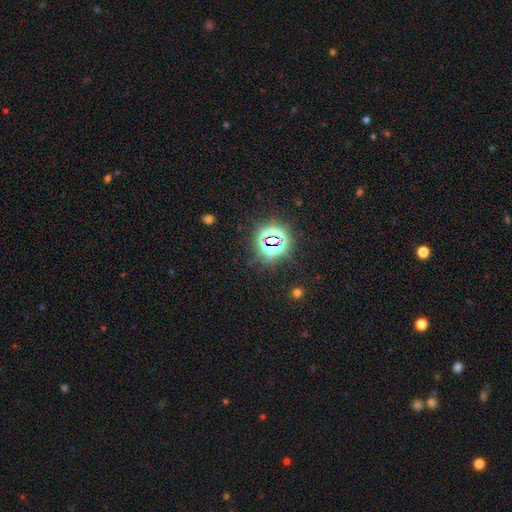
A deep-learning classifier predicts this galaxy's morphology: smooth-or-featured: star or artifact: 81% | smooth: 13% | featured or disk: 6%